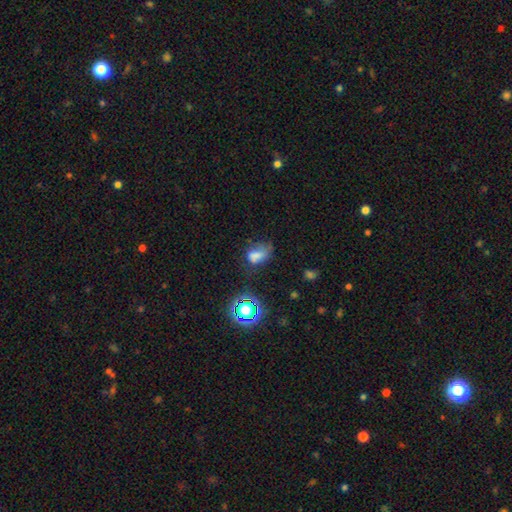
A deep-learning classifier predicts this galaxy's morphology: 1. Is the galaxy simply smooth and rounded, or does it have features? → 61% smooth, 20% star or artifact, 19% featured or disk.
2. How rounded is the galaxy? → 78% in between, 20% round, 2% cigar-shaped.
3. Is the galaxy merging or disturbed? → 32% none, 31% minor disturbance, 27% major disturbance, 10% merger.